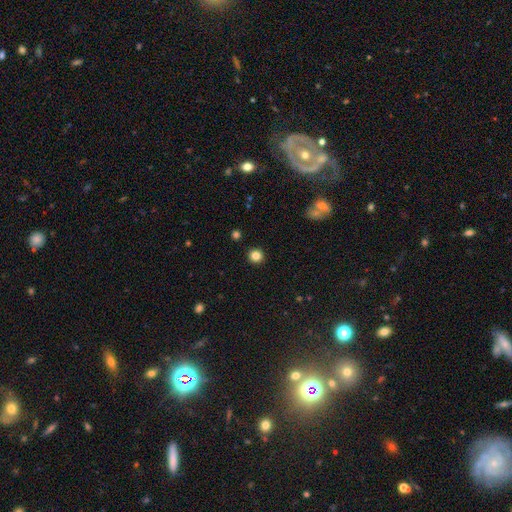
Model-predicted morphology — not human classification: type=smooth (84%); roundness=round (95%); merging=none (93%).